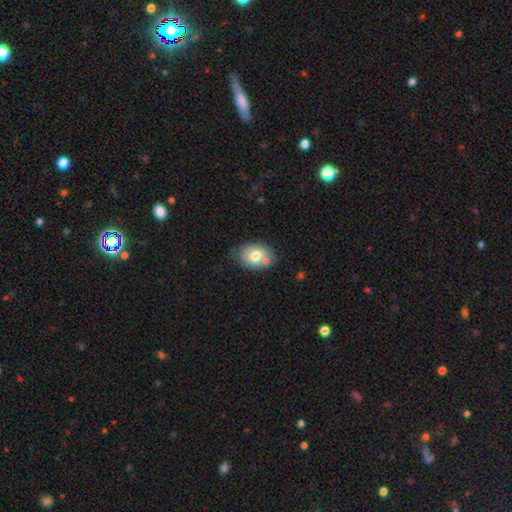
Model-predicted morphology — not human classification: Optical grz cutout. It shows a smooth galaxy with no disk features (73%) that is in between round and cigar-shaped (77%). Merging: none (62%).